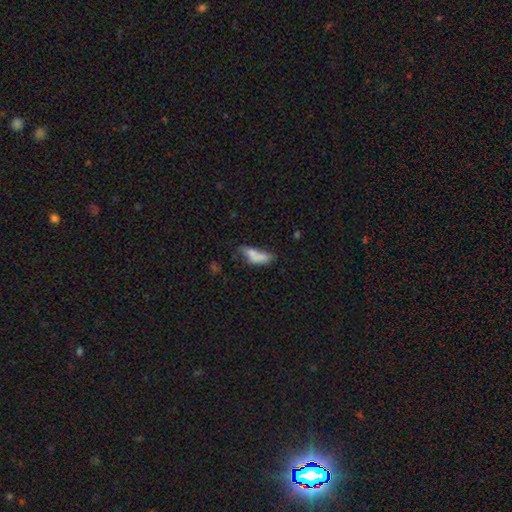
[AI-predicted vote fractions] Overall: smooth (71%). How rounded: in between (68%; cigar-shaped 29%). Merging: none (33%; minor disturbance 25%).